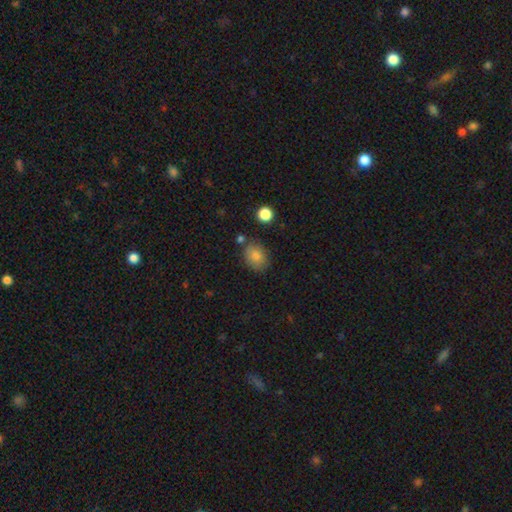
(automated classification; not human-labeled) smooth 83%, star or artifact 9%, featured or disk 8%. Down the decision tree: how rounded — in between (66%); merging — none (77%).